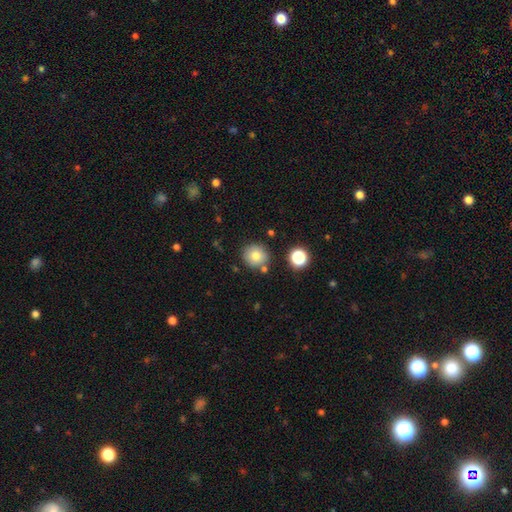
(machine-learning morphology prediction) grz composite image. It shows a smooth galaxy with no disk features (78%) that is round (90%). Merging: none (80%).